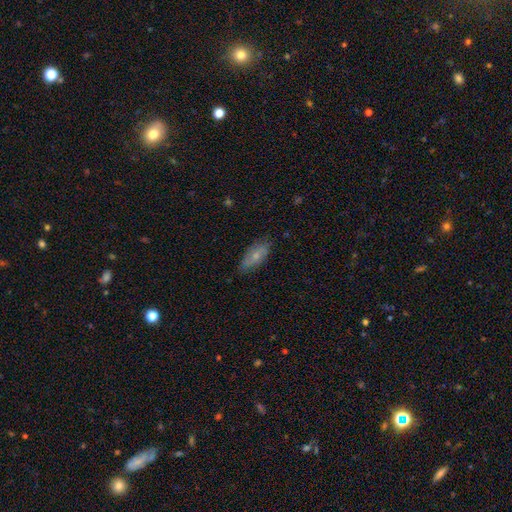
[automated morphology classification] smooth_or_featured: smooth (p=0.64) [alt: featured or disk p=0.29]
how_rounded: in between (p=0.80) [alt: cigar-shaped p=0.17]
merging: none (p=0.75) [alt: minor disturbance p=0.21]